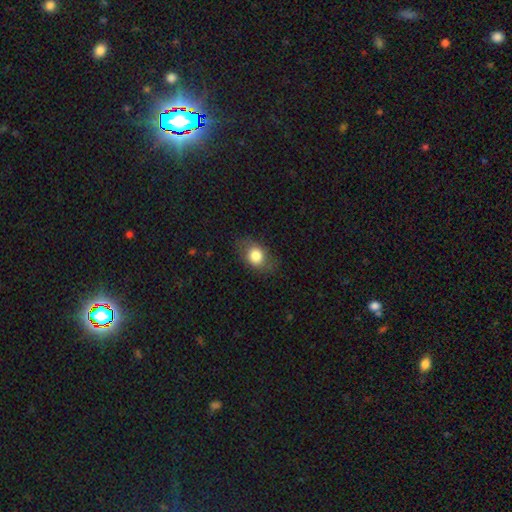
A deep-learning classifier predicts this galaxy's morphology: This appears to be a smooth galaxy with no disk features (78%) that is in between round and cigar-shaped (62%). Merging: none (76%).